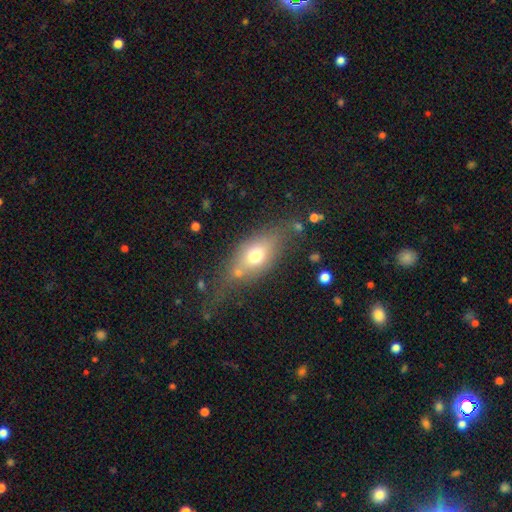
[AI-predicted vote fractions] The model was most divided on "smooth or featured": smooth: 62%, featured or disk: 27%, star or artifact: 10%. More confident: how rounded — in between (72%); merging — none (58%).